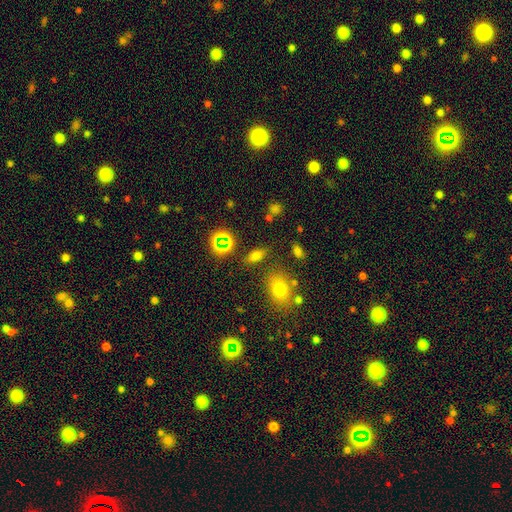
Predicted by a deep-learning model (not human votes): Smooth or featured: smooth — 64% (star or artifact — 21%)
How rounded: in between — 74% (cigar-shaped — 14%)
Merging: none — 80% (minor disturbance — 11%)